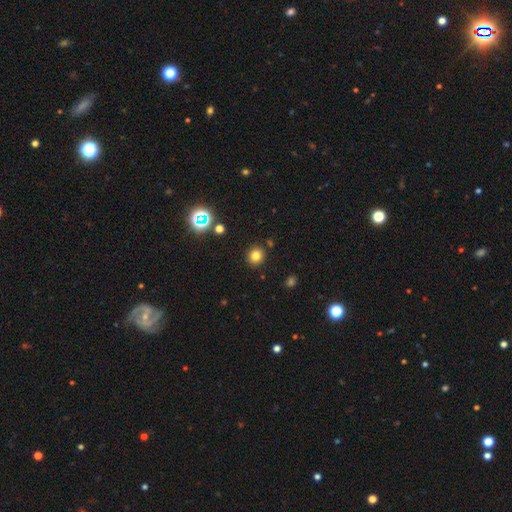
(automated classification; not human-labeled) Overall: smooth (77%). How rounded: round (87%). Merging: none (88%).